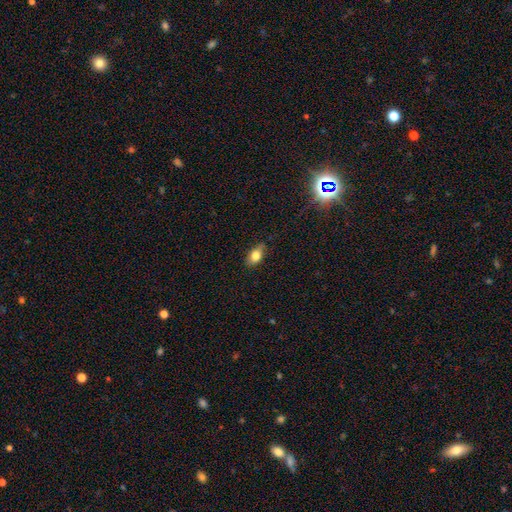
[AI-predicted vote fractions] Overall: smooth (76%). How rounded: in between (84%). Merging: none (76%).